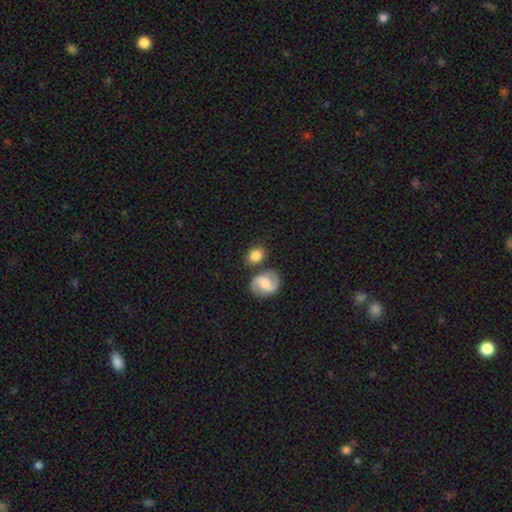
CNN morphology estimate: smooth_or_featured: smooth (p=0.75) [alt: featured or disk p=0.18]
how_rounded: in between (p=0.50) [alt: round p=0.49]
merging: none (p=0.62) [alt: merger p=0.20]